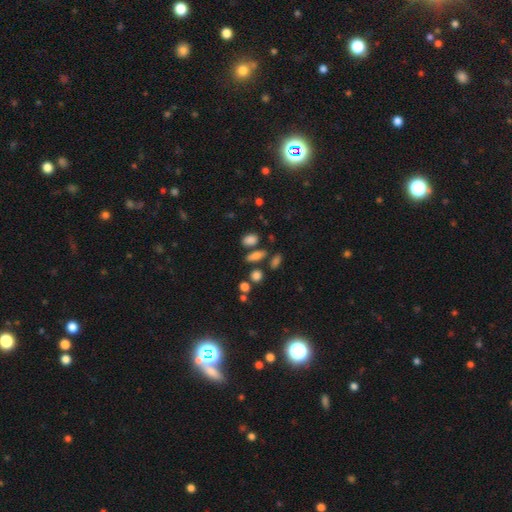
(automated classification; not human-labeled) Smooth or featured?
  - smooth: 79% *
  - star or artifact: 13%
  - featured or disk: 8%
How rounded?
  - in between: 74% *
  - round: 14%
  - cigar-shaped: 11%
Merging?
  - none: 70% *
  - merger: 14%
  - minor disturbance: 12%
  - major disturbance: 4%